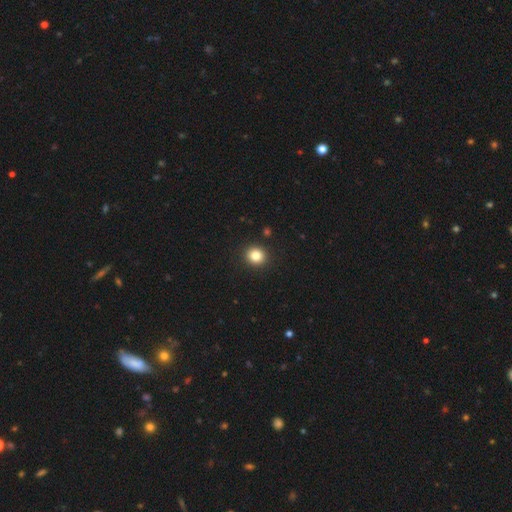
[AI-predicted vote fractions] Smooth or featured?
  - smooth: 83% *
  - star or artifact: 11%
  - featured or disk: 6%
How rounded?
  - round: 86% *
  - in between: 13%
  - cigar-shaped: 1%
Merging?
  - none: 92% *
  - minor disturbance: 5%
  - major disturbance: 2%
  - merger: 1%